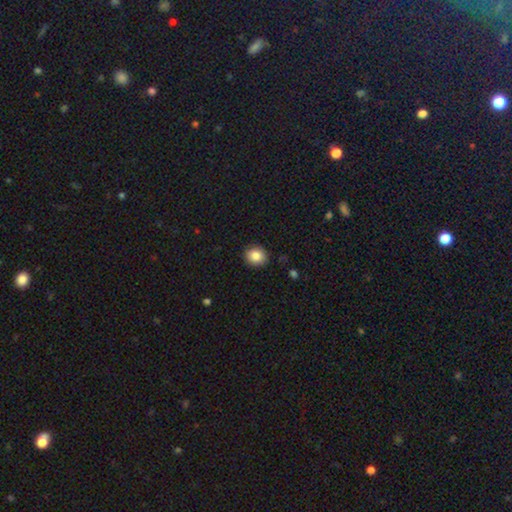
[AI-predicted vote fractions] smooth-or-featured: smooth: 86% | star or artifact: 9% | featured or disk: 6%
  how-rounded: round: 74% | in between: 25% | cigar-shaped: 1%
  merging: none: 90% | minor disturbance: 7% | major disturbance: 2% | merger: 1%